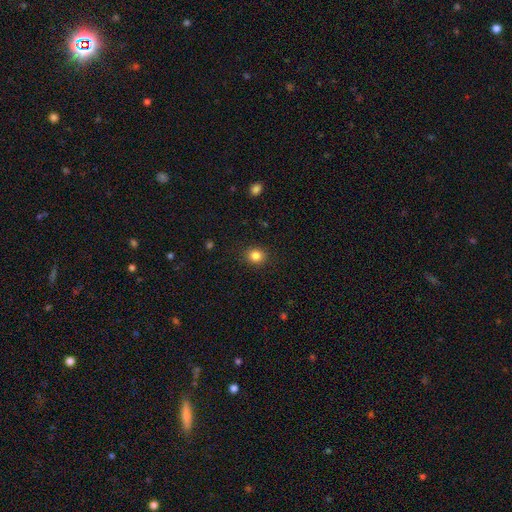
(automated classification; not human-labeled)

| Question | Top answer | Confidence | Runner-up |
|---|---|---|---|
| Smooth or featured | smooth | 85% | star or artifact (11%) |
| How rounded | round | 77% | in between (22%) |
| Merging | none | 90% | minor disturbance (7%) |